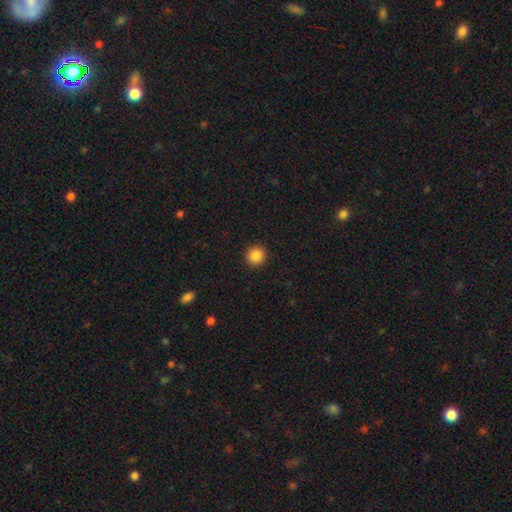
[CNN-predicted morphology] smooth-or-featured: smooth: 86% | star or artifact: 10% | featured or disk: 4%
  how-rounded: round: 94% | in between: 5% | cigar-shaped: 1%
  merging: none: 93% | minor disturbance: 5% | major disturbance: 2% | merger: 1%